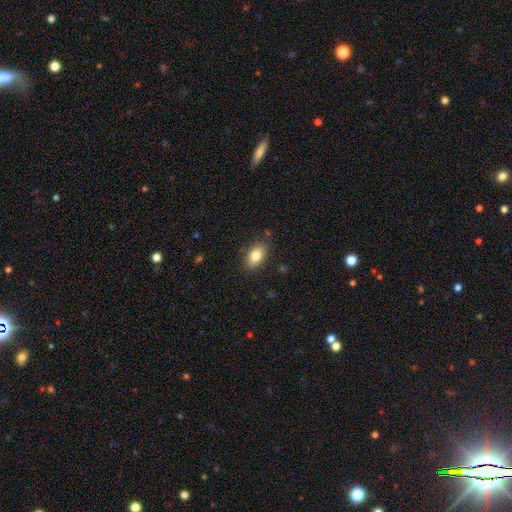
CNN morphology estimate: type=smooth (82%); roundness=in between (91%); merging=none (85%).